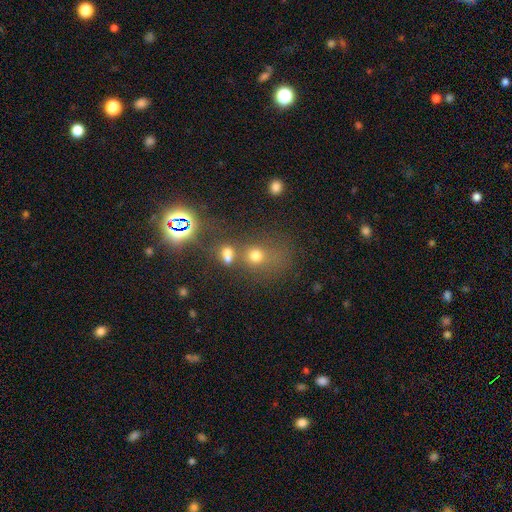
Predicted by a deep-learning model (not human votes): This is likely a smooth galaxy (62%). How rounded: likely round (70%). Merging: marginally none (42%).